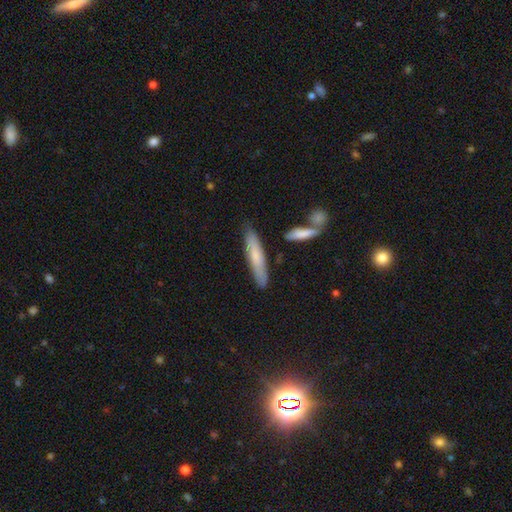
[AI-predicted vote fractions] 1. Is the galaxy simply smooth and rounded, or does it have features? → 65% smooth, 29% featured or disk, 6% star or artifact.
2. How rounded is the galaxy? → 85% cigar-shaped, 14% in between, 2% round.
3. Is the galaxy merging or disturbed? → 78% none, 15% minor disturbance, 5% merger, 3% major disturbance.